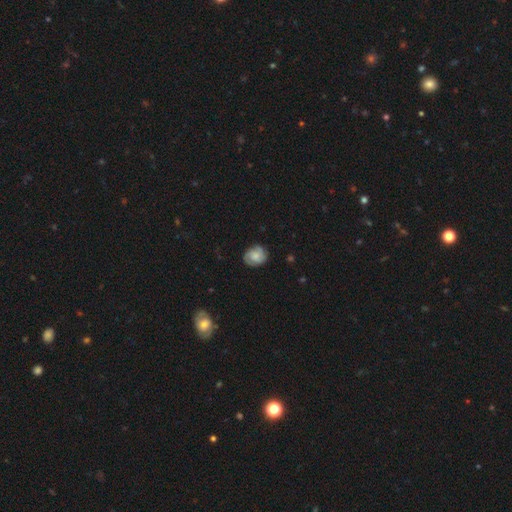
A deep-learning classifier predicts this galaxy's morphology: Overall: smooth (46%, tied with featured or disk). Merging: none (79%).